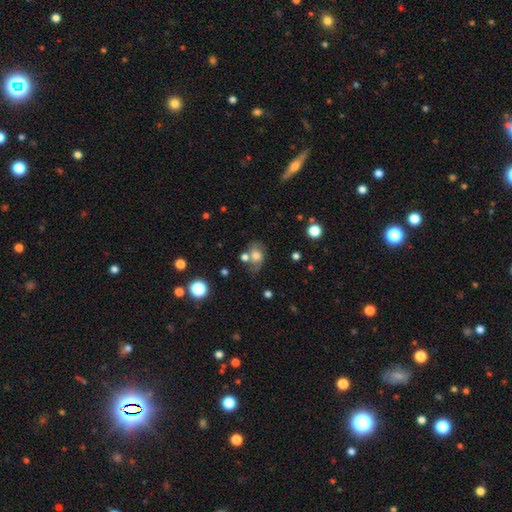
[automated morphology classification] A smooth galaxy with no disk features (55%) that is in between round and cigar-shaped (60%). Merging: none (41%).